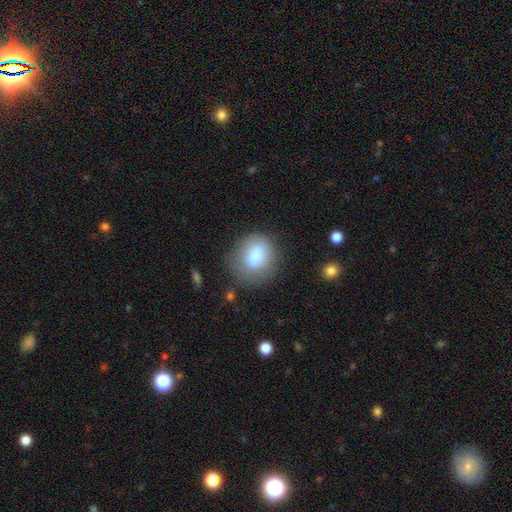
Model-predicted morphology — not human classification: Smooth or featured? smooth (81%)
How rounded? round (74%)
Merging? none (70%)